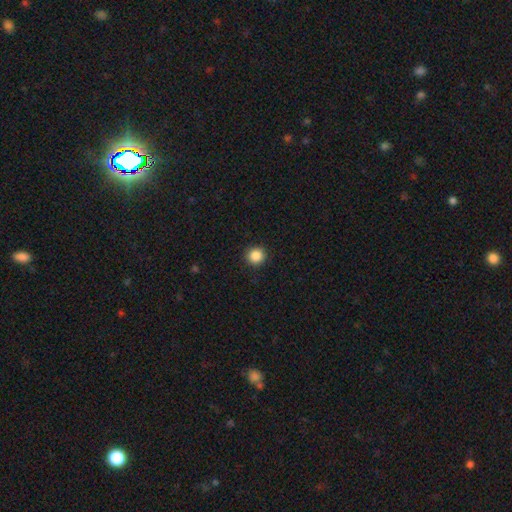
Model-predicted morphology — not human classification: smooth_or_featured: smooth (p=0.87) [alt: star or artifact p=0.10]
how_rounded: round (p=0.94) [alt: in between p=0.05]
merging: none (p=0.92) [alt: minor disturbance p=0.05]